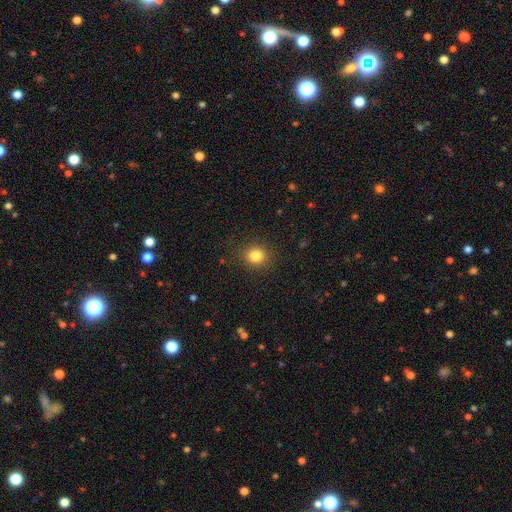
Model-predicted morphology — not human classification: type=smooth (83%); roundness=round (82%); merging=none (88%).